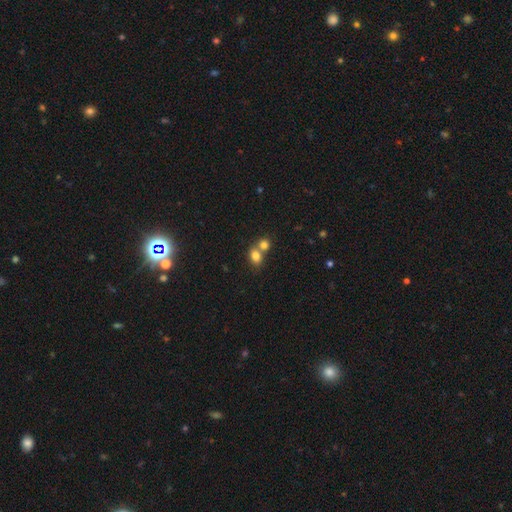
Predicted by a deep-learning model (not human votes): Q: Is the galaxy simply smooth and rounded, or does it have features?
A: smooth — 80%.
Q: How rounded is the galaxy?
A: in between — 52%.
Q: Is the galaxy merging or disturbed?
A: merger — 53%.